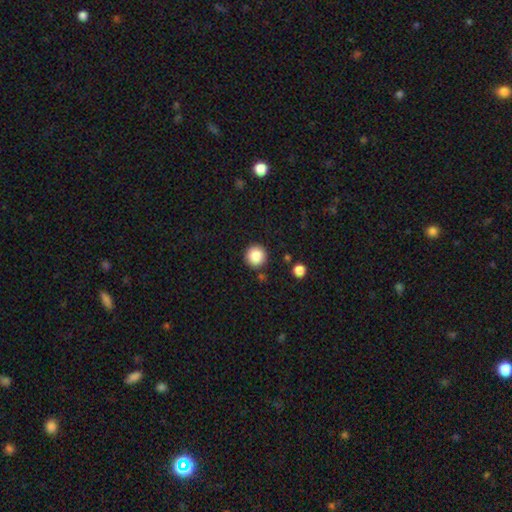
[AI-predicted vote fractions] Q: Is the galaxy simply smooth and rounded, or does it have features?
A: smooth — 87%.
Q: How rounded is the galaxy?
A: round — 95%.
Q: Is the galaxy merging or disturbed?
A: none — 90%.